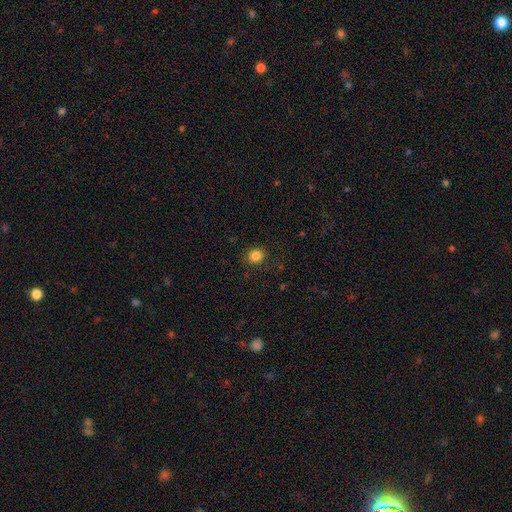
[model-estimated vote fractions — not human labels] Smooth or featured? smooth (85%)
How rounded? round (73%)
Merging? none (85%)